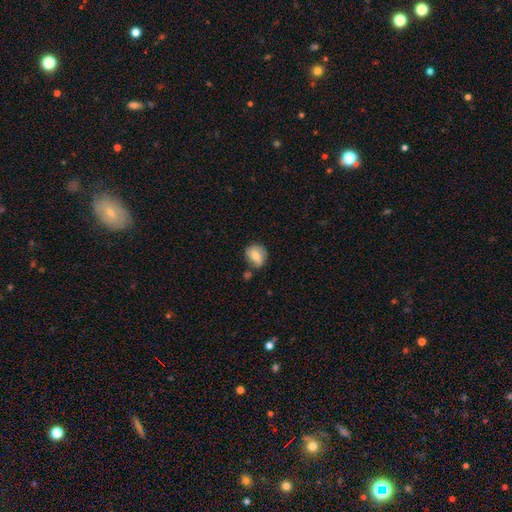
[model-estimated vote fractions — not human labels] Smooth or featured? Predicted: smooth (p=0.69). How rounded? Predicted: round (p=0.65). Merging? Predicted: none (p=0.57).